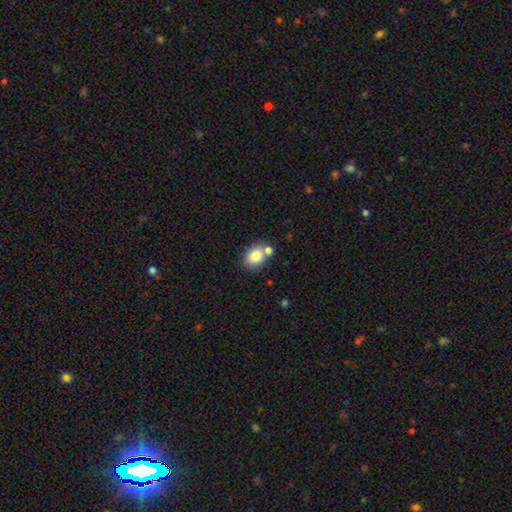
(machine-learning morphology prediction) Smooth or featured?
  - smooth: 82% *
  - featured or disk: 9%
  - star or artifact: 9%
How rounded?
  - in between: 66% *
  - round: 33%
  - cigar-shaped: 1%
Merging?
  - none: 62% *
  - merger: 22%
  - minor disturbance: 13%
  - major disturbance: 4%